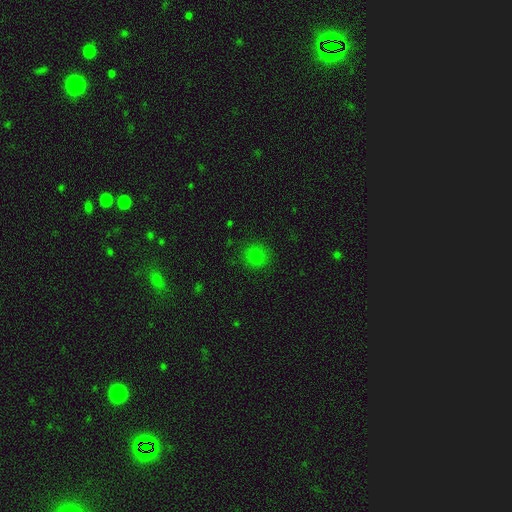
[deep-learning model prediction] The model was most divided on "smooth or featured": smooth: 77%, star or artifact: 16%, featured or disk: 7%. More confident: merging — none (88%); how rounded — round (88%).